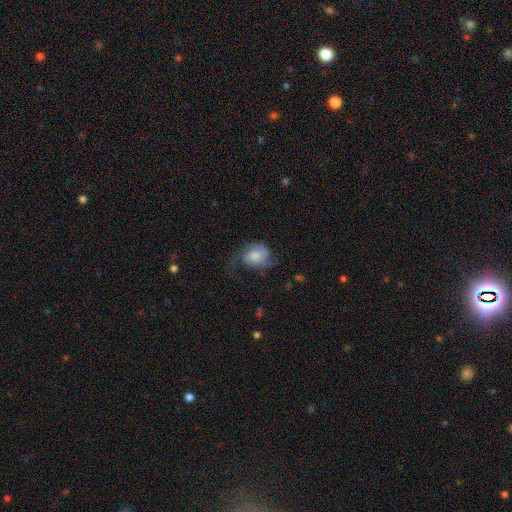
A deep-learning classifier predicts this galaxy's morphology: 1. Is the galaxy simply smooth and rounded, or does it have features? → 52% featured or disk, 40% smooth, 8% star or artifact.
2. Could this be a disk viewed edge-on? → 97% no, 3% yes.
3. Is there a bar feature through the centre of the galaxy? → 69% no, 26% weak, 4% strong.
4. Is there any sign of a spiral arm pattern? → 87% yes, 13% no.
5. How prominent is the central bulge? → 41% moderate, 24% small, 20% large, 10% none, 5% dominant.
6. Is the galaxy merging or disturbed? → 43% none, 29% major disturbance, 26% minor disturbance, 2% merger.